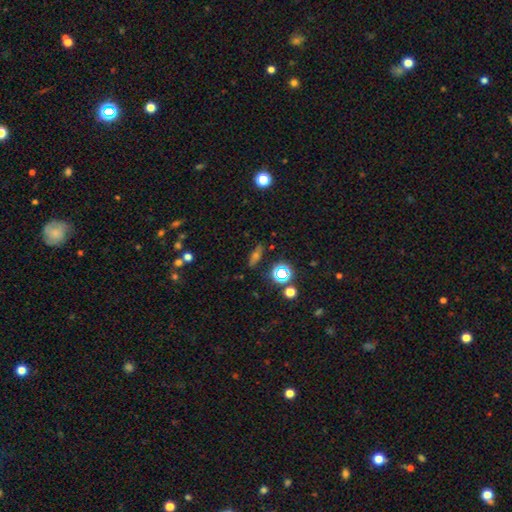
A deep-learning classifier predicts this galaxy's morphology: The model was most divided on "smooth or featured": smooth: 38%, star or artifact: 35%, featured or disk: 27%. More confident: merging — none (81%).